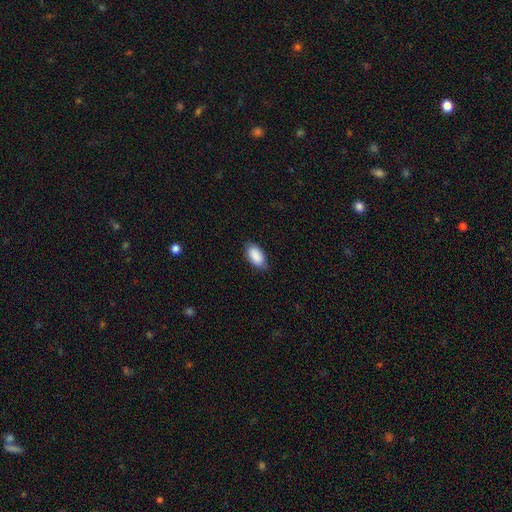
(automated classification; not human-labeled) Smooth or featured? Predicted: smooth (p=0.90). How rounded? Predicted: in between (p=0.94). Merging? Predicted: none (p=0.79).